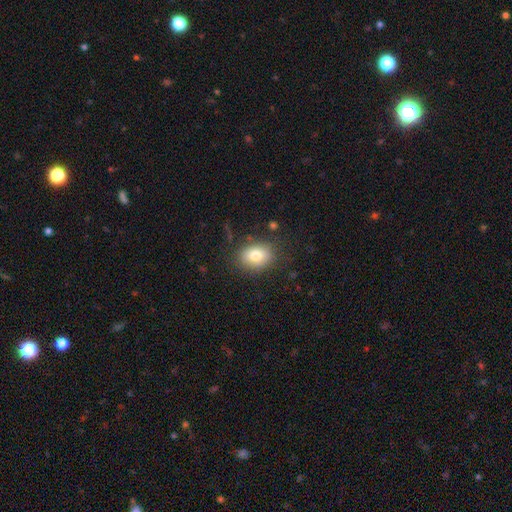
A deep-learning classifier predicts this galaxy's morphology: This appears to be a smooth galaxy with no disk features (78%) that is in between round and cigar-shaped (64%). Merging: none (81%).